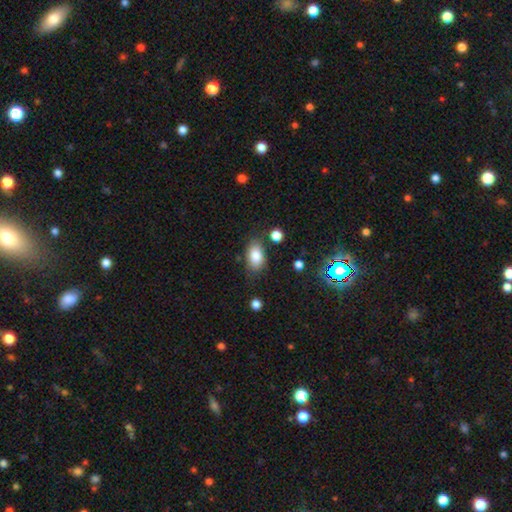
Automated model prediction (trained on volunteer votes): smooth-or-featured: smooth: 84% | star or artifact: 8% | featured or disk: 8%
  how-rounded: in between: 89% | round: 8% | cigar-shaped: 2%
  merging: none: 75% | minor disturbance: 17% | merger: 4% | major disturbance: 4%